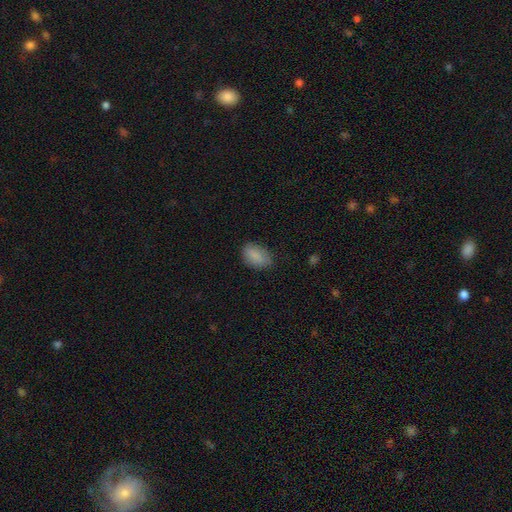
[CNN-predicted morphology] type=smooth (87%); roundness=in between (85%); merging=none (75%).